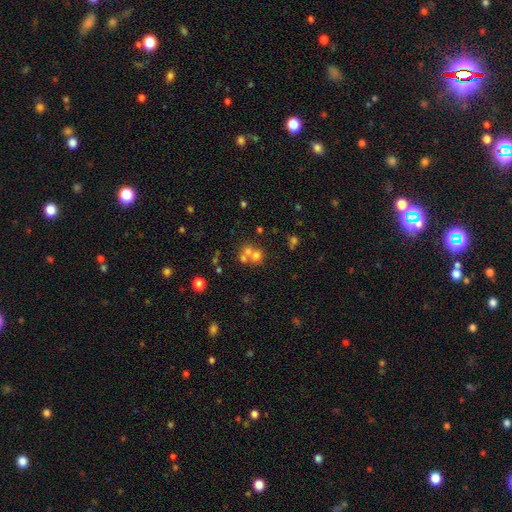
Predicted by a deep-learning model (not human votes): A smooth galaxy with no disk features (57%) that is round (79%). Merging: merger (53%).